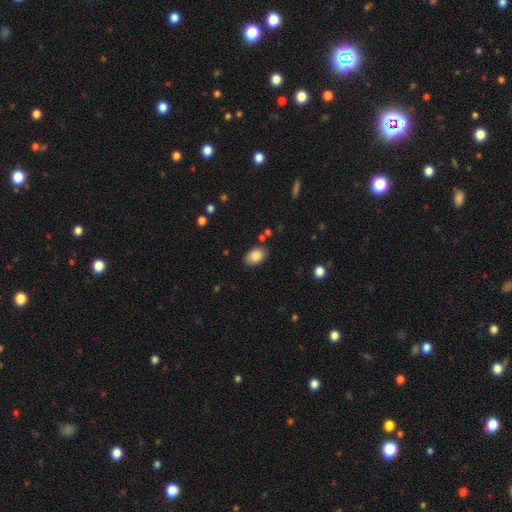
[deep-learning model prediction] Smooth or featured? Predicted: smooth (p=0.86). How rounded? Predicted: in between (p=0.85). Merging? Predicted: none (p=0.80).